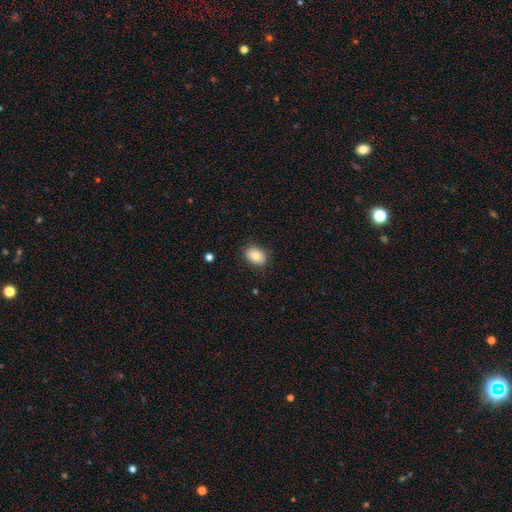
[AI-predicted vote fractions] The model was most divided on "how rounded": in between: 78%, round: 21%, cigar-shaped: 1%. More confident: merging — none (86%); smooth or featured — smooth (82%).